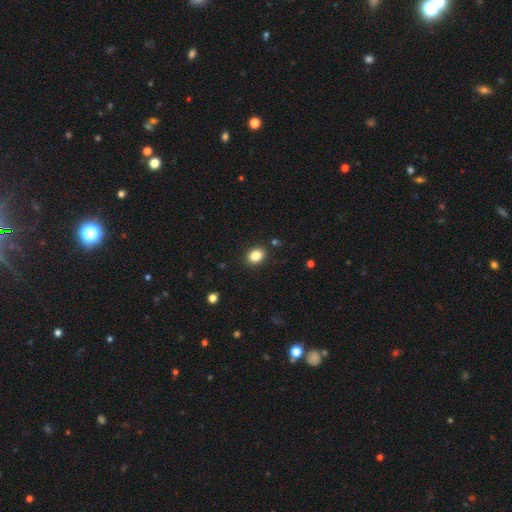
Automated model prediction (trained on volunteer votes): This is clearly a smooth galaxy (85%). How rounded: likely in between (64%). Merging: clearly none (89%).